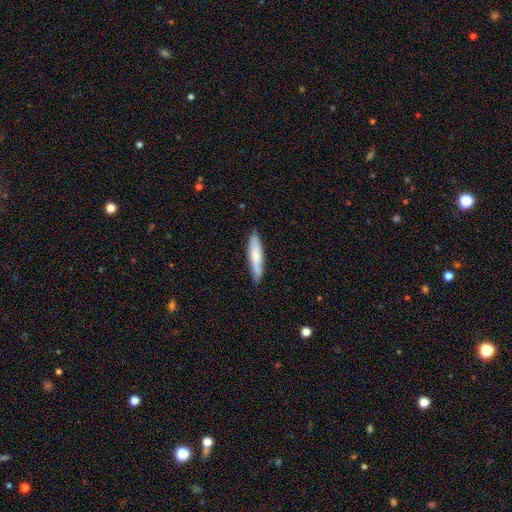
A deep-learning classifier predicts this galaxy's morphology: Overall: smooth (72%). How rounded: cigar-shaped (82%). Merging: none (78%).